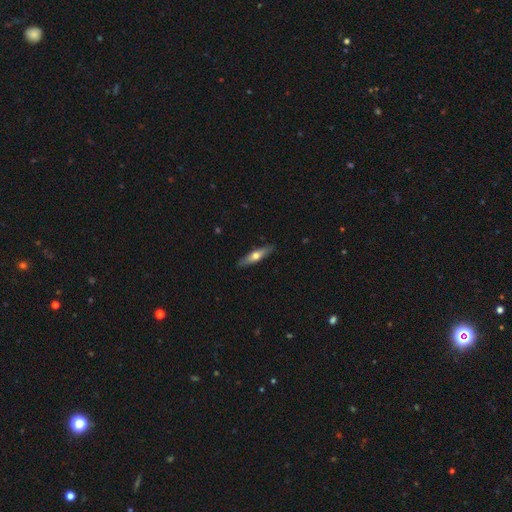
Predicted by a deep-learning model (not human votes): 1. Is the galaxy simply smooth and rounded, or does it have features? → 49% smooth, 46% featured or disk, 5% star or artifact.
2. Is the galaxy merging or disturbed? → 90% none, 8% minor disturbance, 2% major disturbance, 1% merger.